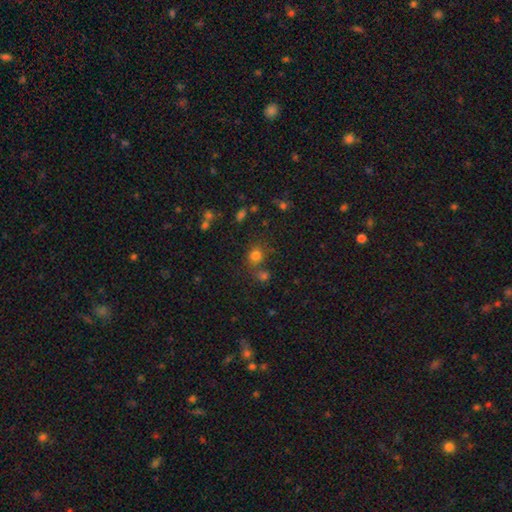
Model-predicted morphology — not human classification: smooth_or_featured: smooth (p=0.75) [alt: star or artifact p=0.17]
how_rounded: round (p=0.79) [alt: in between p=0.20]
merging: none (p=0.64) [alt: merger p=0.20]